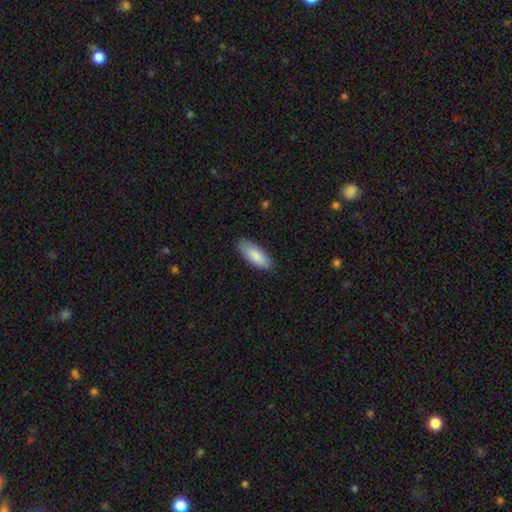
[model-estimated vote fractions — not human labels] Morphology: type=smooth (87%); roundness=in between (75%); merging=none (85%).